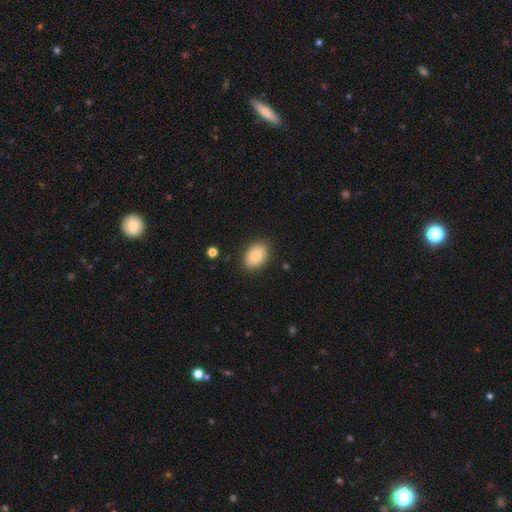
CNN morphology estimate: The model was most divided on "how rounded": in between: 83%, round: 16%, cigar-shaped: 1%. More confident: merging — none (87%); smooth or featured — smooth (86%).